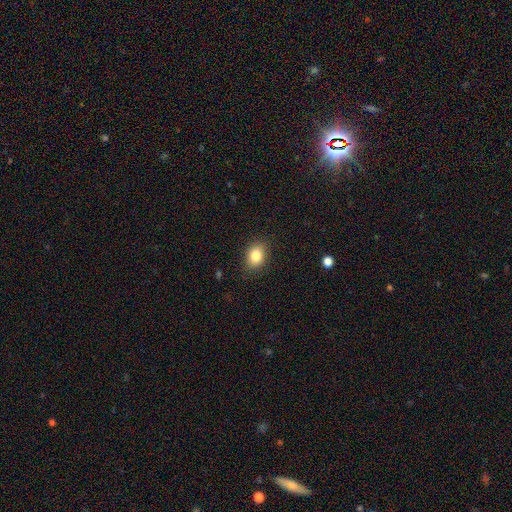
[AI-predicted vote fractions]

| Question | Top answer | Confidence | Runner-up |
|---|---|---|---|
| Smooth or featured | smooth | 84% | star or artifact (9%) |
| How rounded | in between | 66% | round (33%) |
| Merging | none | 87% | minor disturbance (10%) |